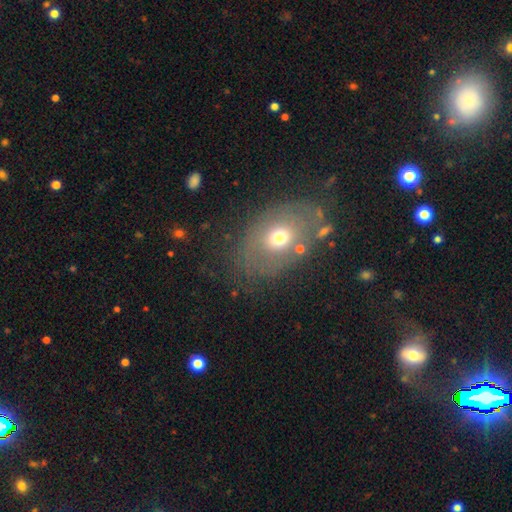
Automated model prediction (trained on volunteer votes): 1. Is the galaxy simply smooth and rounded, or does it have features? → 45% featured or disk, 36% smooth, 19% star or artifact.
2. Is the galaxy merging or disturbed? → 72% none, 15% minor disturbance, 8% major disturbance, 5% merger.